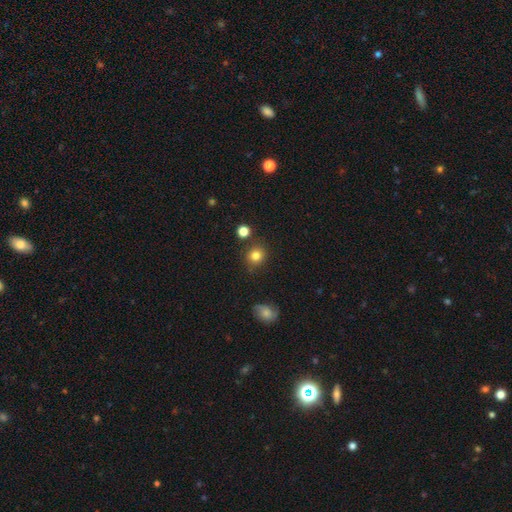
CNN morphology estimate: Q: Smooth or featured?
A: smooth (82%); runner-up: star or artifact (12%)
Q: How rounded?
A: round (84%); runner-up: in between (15%)
Q: Merging?
A: none (81%); runner-up: minor disturbance (11%)